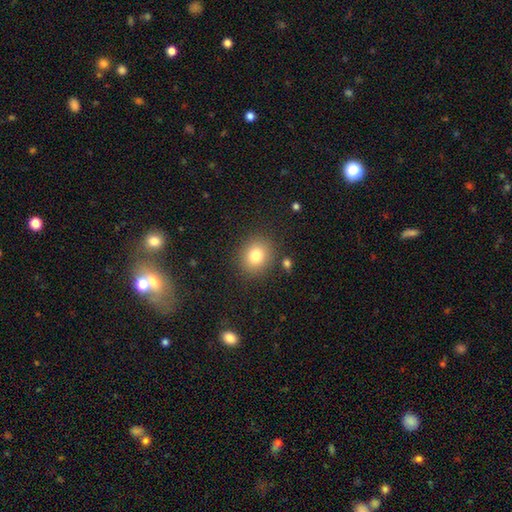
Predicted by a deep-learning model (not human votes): Smooth or featured? Predicted: smooth (p=0.80). How rounded? Predicted: round (p=0.77). Merging? Predicted: none (p=0.86).